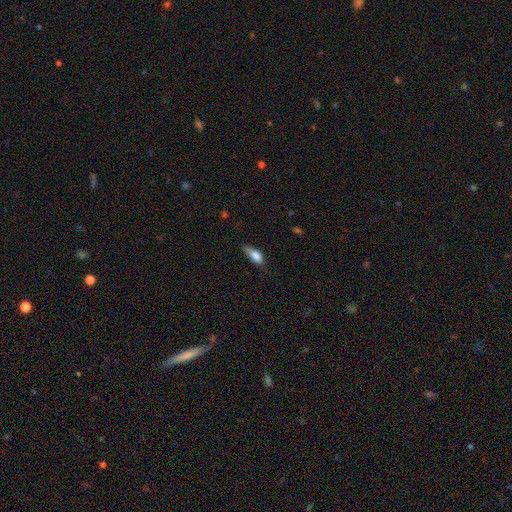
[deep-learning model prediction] Morphology: type=smooth (80%); roundness=in between (78%); merging=none (45%).